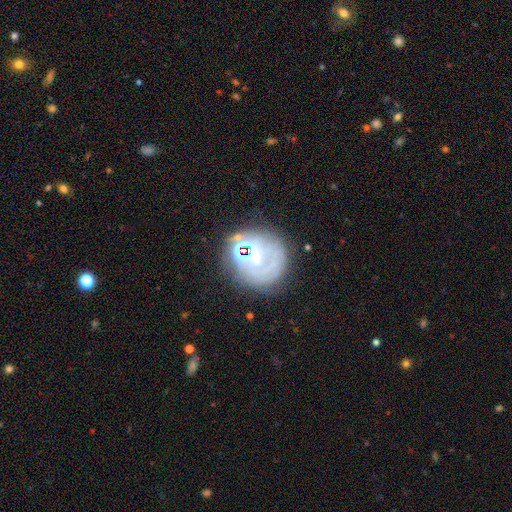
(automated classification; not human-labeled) Overall: featured or disk (50%; smooth 30%). Merging: none (61%).